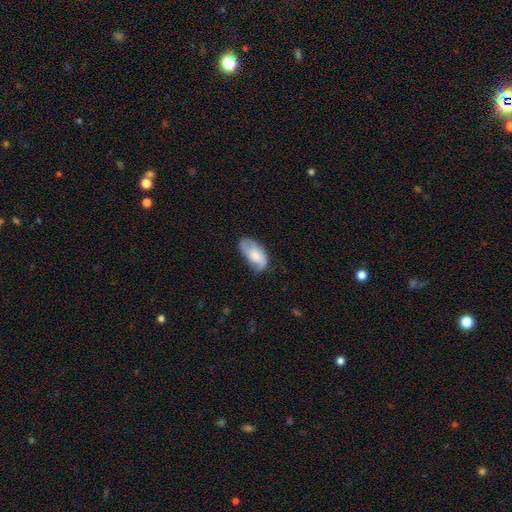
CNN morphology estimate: Smooth or featured? smooth (62%)
How rounded? in between (94%)
Merging? none (53%)